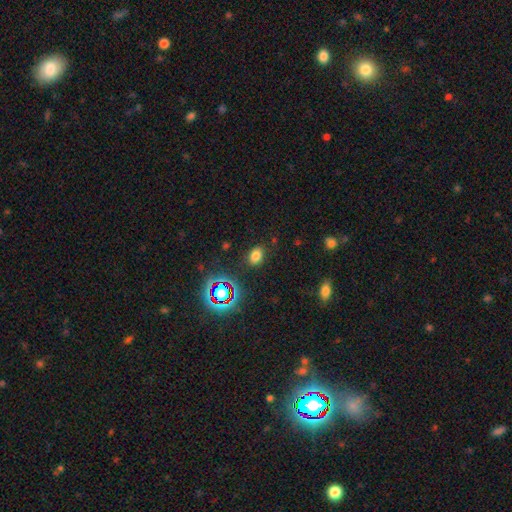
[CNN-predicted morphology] Smooth or featured? smooth (72%)
How rounded? in between (74%)
Merging? none (84%)